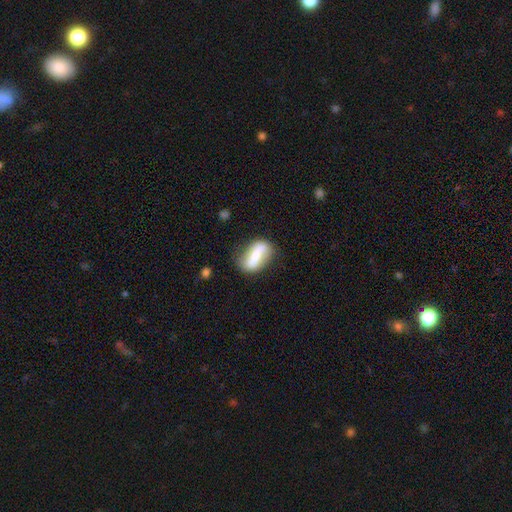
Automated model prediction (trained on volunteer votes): Q: Smooth or featured?
A: featured or disk (52%); runner-up: smooth (42%)
Q: Edge-on disk?
A: no (85%); runner-up: yes (15%)
Q: Merging?
A: none (70%); runner-up: minor disturbance (19%)